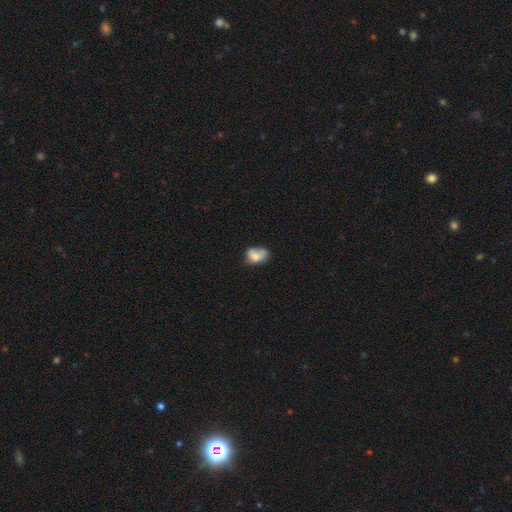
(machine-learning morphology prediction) Smooth or featured? Predicted: smooth (p=0.70). How rounded? Predicted: in between (p=0.76). Merging? Predicted: minor disturbance (p=0.35, tied with none).